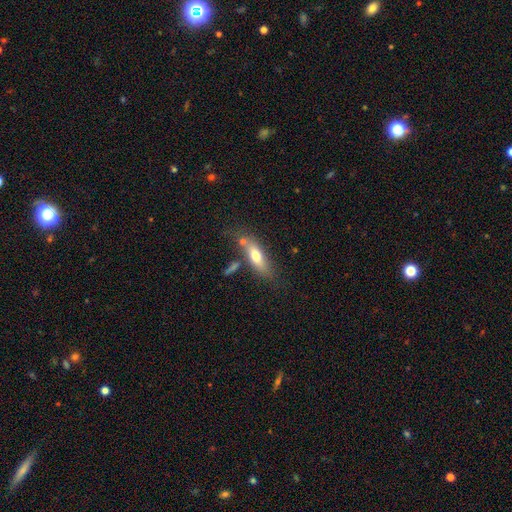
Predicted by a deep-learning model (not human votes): The model was most divided on "how rounded": in between: 60%, cigar-shaped: 36%, round: 4%. More confident: smooth or featured — smooth (66%); merging — none (63%).